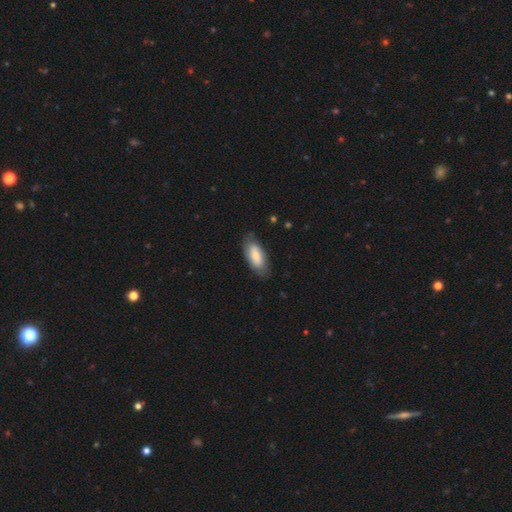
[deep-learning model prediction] The model was most divided on "smooth or featured": smooth: 75%, featured or disk: 19%, star or artifact: 6%. More confident: how rounded — in between (86%); merging — none (77%).